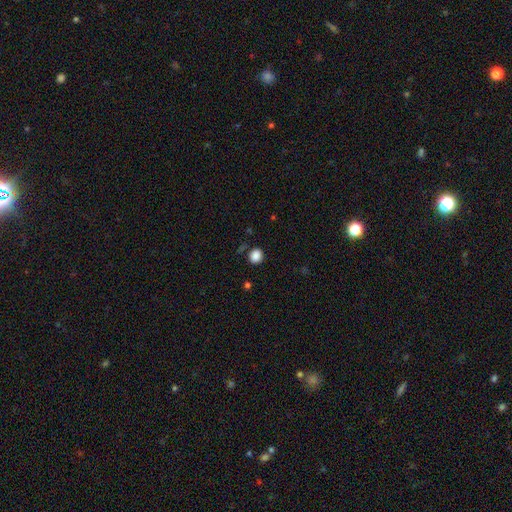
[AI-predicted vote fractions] Overall: smooth (87%). How rounded: round (73%). Merging: none (87%).